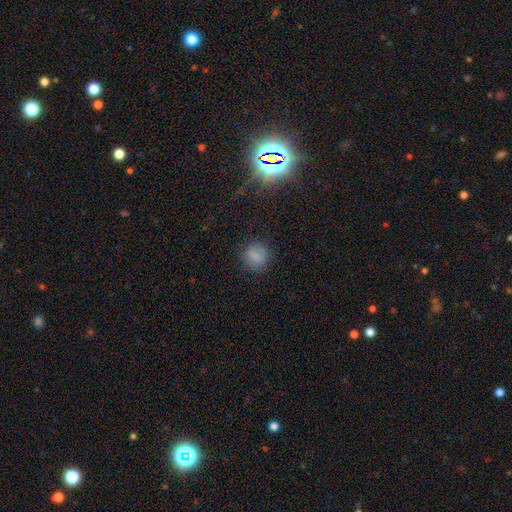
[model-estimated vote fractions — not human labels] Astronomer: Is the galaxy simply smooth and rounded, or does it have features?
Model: smooth — 81%.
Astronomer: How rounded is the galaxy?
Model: round — 84%.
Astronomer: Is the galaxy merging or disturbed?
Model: none — 85%.